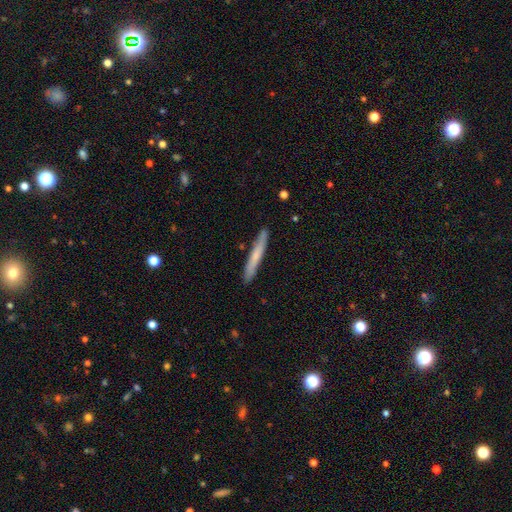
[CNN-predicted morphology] A smooth galaxy with no disk features (65%) that is cigar-shaped (96%). Merging: none (89%).